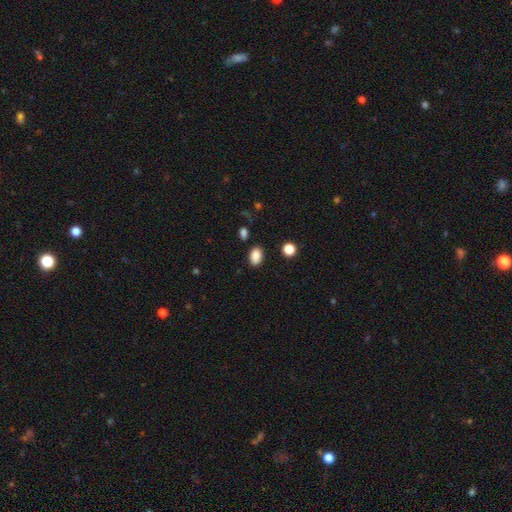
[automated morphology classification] smooth 87%, star or artifact 9%, featured or disk 4%. Down the decision tree: how rounded — in between (83%); merging — none (85%).